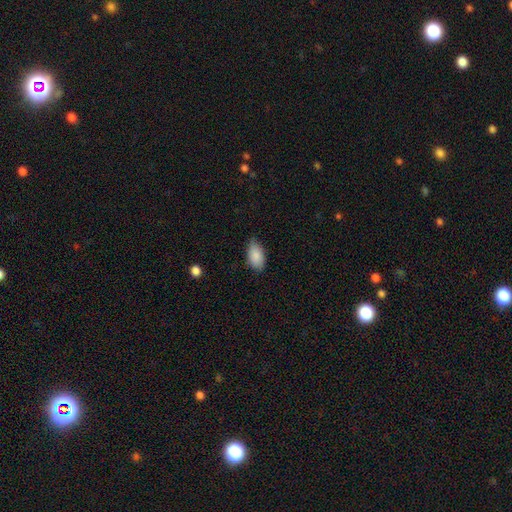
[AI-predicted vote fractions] Smooth or featured?
  - smooth: 88% *
  - star or artifact: 7%
  - featured or disk: 6%
How rounded?
  - in between: 94% *
  - round: 4%
  - cigar-shaped: 2%
Merging?
  - none: 75% *
  - minor disturbance: 20%
  - major disturbance: 3%
  - merger: 1%